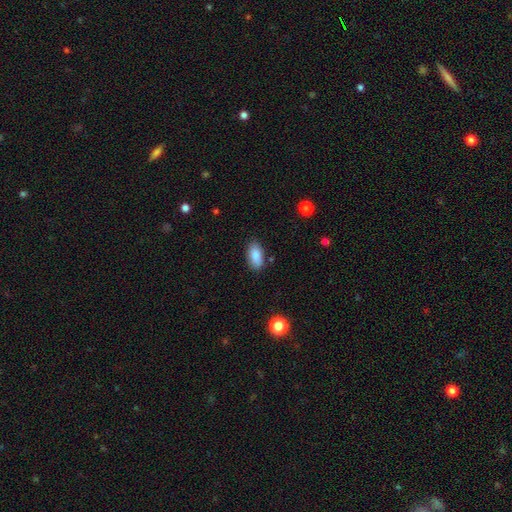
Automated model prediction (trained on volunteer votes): A smooth galaxy with no disk features (87%) that is in between round and cigar-shaped (92%). Merging: none (83%).